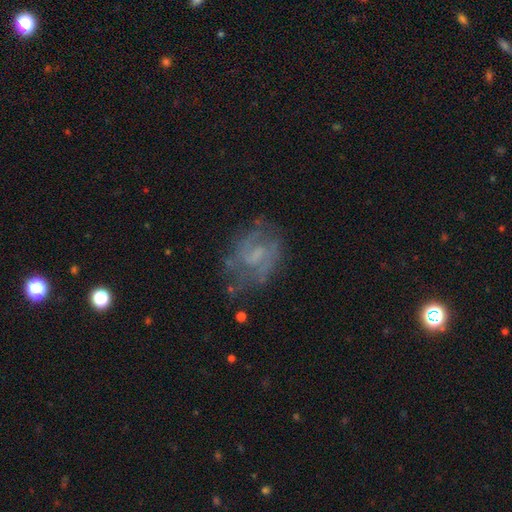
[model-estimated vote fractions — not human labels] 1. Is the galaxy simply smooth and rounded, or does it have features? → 70% featured or disk, 20% smooth, 10% star or artifact.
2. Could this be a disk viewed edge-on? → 97% no, 3% yes.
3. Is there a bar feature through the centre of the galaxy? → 50% weak, 39% no, 12% strong.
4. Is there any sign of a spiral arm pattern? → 78% yes, 22% no.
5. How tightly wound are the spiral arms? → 46% medium, 28% tight, 26% loose.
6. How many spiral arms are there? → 61% 2, 25% can't tell, 6% 3, 4% 1, 2% 4, 2% more than 4.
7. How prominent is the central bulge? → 43% none, 33% small, 20% moderate, 3% large, 1% dominant.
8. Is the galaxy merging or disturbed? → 62% none, 21% minor disturbance, 15% major disturbance, 3% merger.